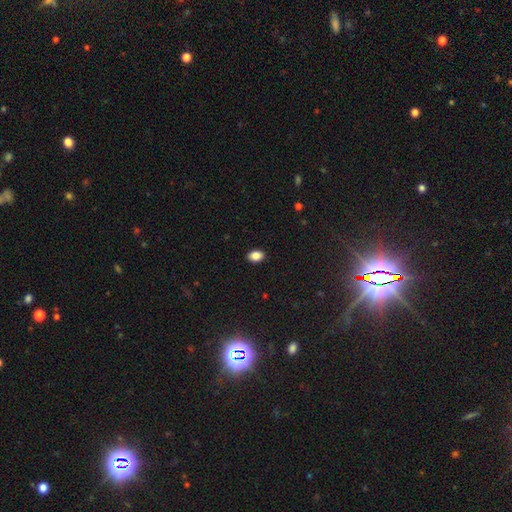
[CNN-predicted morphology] This is clearly a smooth galaxy (87%). How rounded: likely in between (79%). Merging: clearly none (90%).